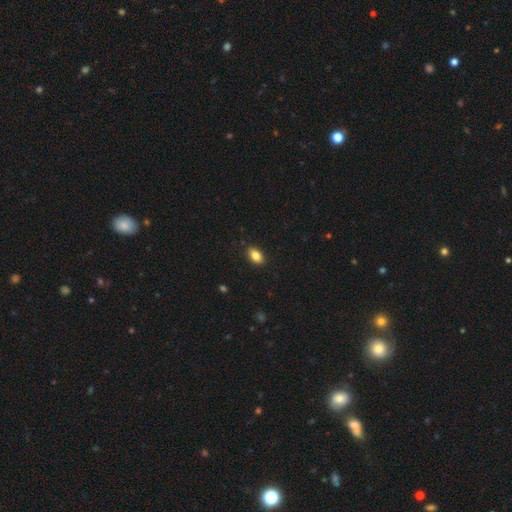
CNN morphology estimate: smooth-or-featured: smooth: 85% | star or artifact: 8% | featured or disk: 7%
  how-rounded: in between: 88% | round: 10% | cigar-shaped: 2%
  merging: none: 89% | minor disturbance: 8% | major disturbance: 2% | merger: 1%